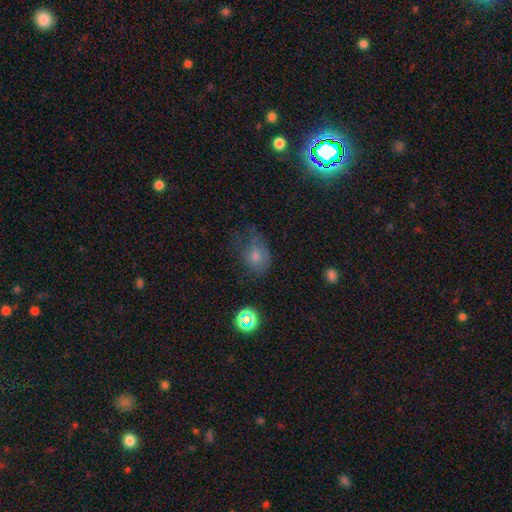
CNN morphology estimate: Q: Smooth or featured?
A: smooth (54%); runner-up: featured or disk (25%)
Q: How rounded?
A: in between (61%); runner-up: round (37%)
Q: Merging?
A: none (41%); runner-up: minor disturbance (31%)